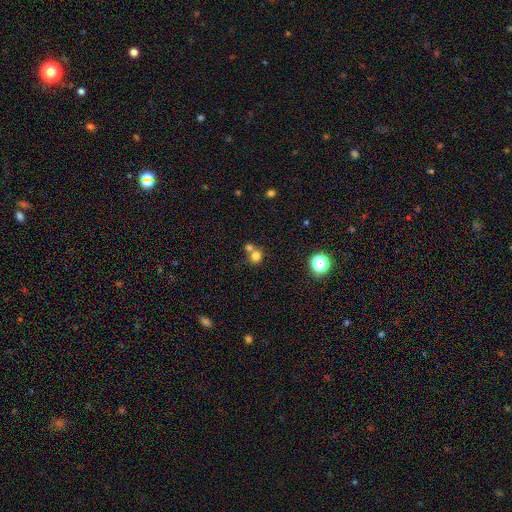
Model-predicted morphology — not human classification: Smooth or featured?
  - smooth: 76% *
  - star or artifact: 15%
  - featured or disk: 9%
How rounded?
  - round: 84% *
  - in between: 15%
  - cigar-shaped: 1%
Merging?
  - none: 45% * (tied)
  - merger: 45% * (tied)
  - minor disturbance: 7%
  - major disturbance: 3%